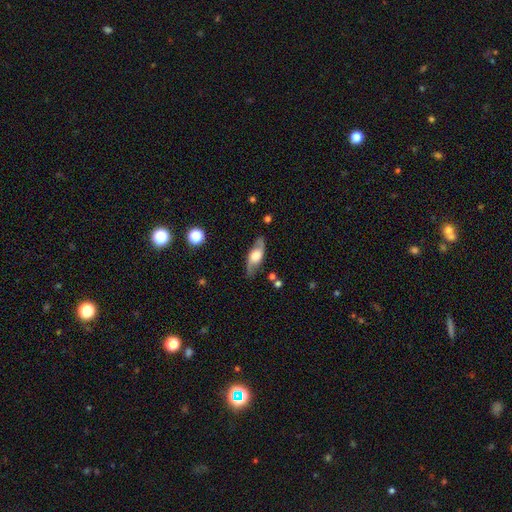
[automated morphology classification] The model was most divided on "edge-on disk": no: 62%, yes: 38%. More confident: merging — none (81%); smooth or featured — featured or disk (65%).